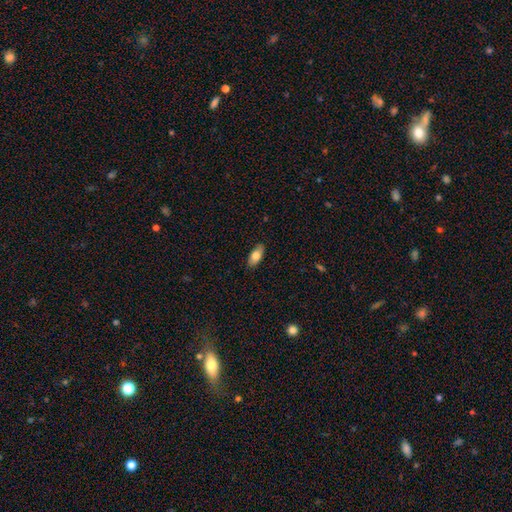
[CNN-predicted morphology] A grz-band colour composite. It shows a smooth galaxy with no disk features (79%) that is in between round and cigar-shaped (87%). Merging: none (88%).